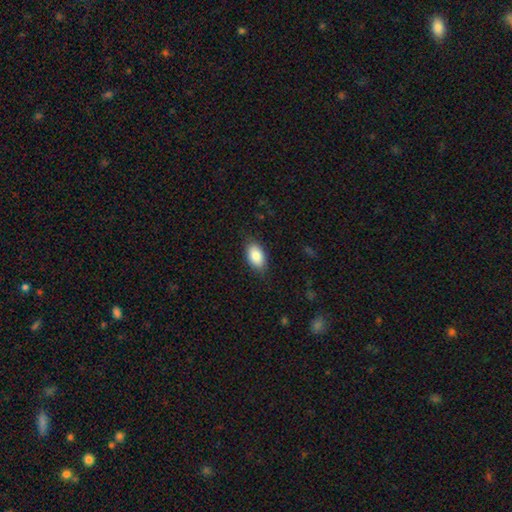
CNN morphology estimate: This is clearly a smooth galaxy (87%). How rounded: clearly in between (93%). Merging: clearly none (83%).